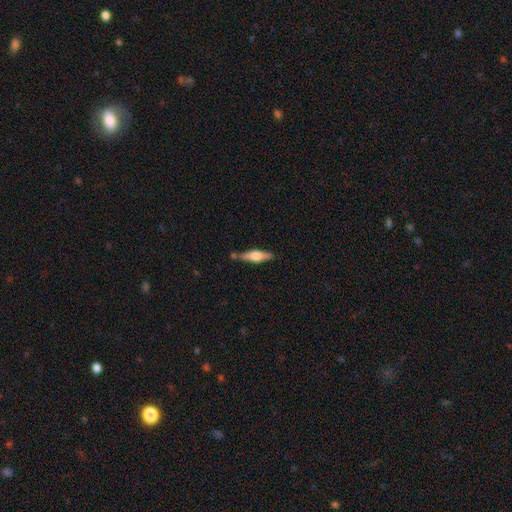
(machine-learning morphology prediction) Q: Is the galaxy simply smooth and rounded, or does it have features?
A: featured or disk — 57%.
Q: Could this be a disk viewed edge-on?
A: yes — 94%.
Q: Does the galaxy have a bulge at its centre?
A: rounded — 91%.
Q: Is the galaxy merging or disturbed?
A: none — 78%.